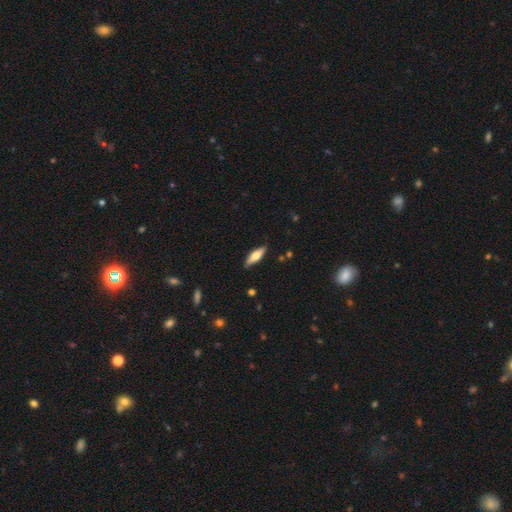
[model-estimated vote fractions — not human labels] A smooth galaxy with no disk features (60%) that is cigar-shaped (51%).

Vote fractions:
- Smooth or featured? smooth: 60% / featured or disk: 34% / star or artifact: 6%
- How rounded? cigar-shaped: 51% / in between: 47% / round: 2%
- Merging? none: 84% / minor disturbance: 13% / major disturbance: 2% / merger: 1%